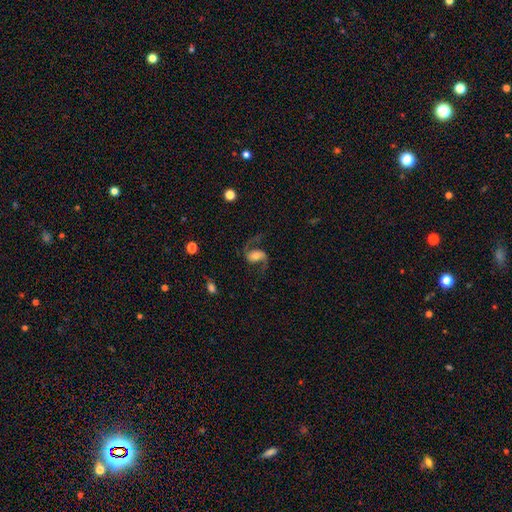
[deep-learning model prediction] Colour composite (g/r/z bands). It shows a featured or disk galaxy (83%) with no bar (39%), 2 (93%) loose (61%) spiral arms (96%) and a moderate central bulge (52%). Merging: none (71%).